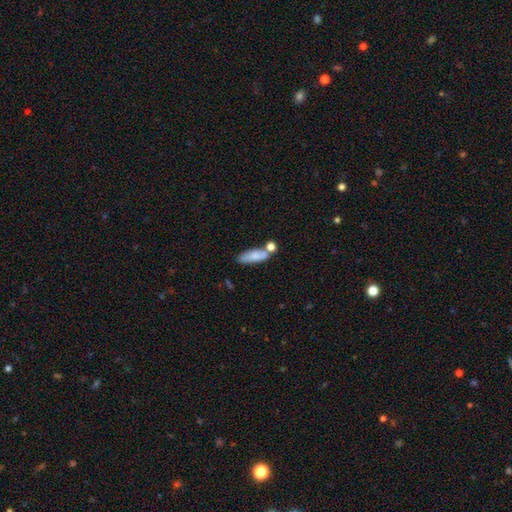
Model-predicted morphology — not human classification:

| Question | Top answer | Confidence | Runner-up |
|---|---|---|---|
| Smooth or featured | smooth | 76% | featured or disk (17%) |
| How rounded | in between | 52% | cigar-shaped (45%) |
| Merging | none | 55% | merger (23%) |